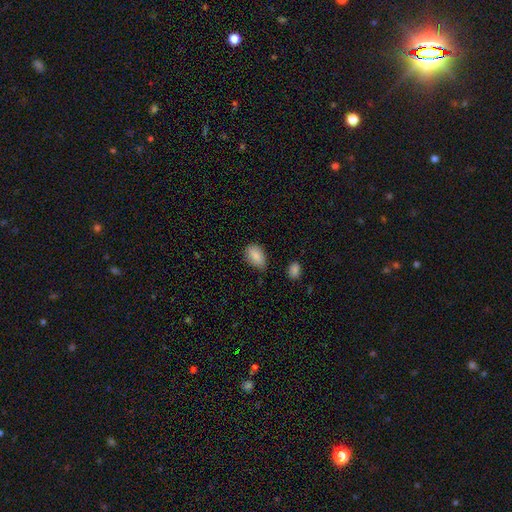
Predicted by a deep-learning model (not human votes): Q: Smooth or featured?
A: smooth (86%); runner-up: star or artifact (7%)
Q: How rounded?
A: in between (88%); runner-up: round (10%)
Q: Merging?
A: none (62%); runner-up: minor disturbance (30%)